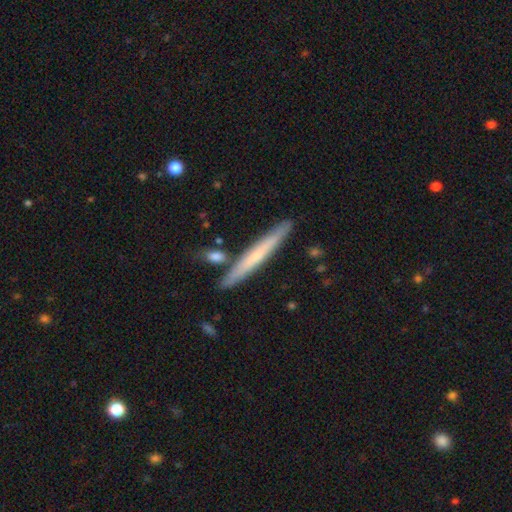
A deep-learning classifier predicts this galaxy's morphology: Q: Smooth or featured?
A: smooth (49%); runner-up: featured or disk (46%)
Q: Merging?
A: none (85%); runner-up: minor disturbance (9%)